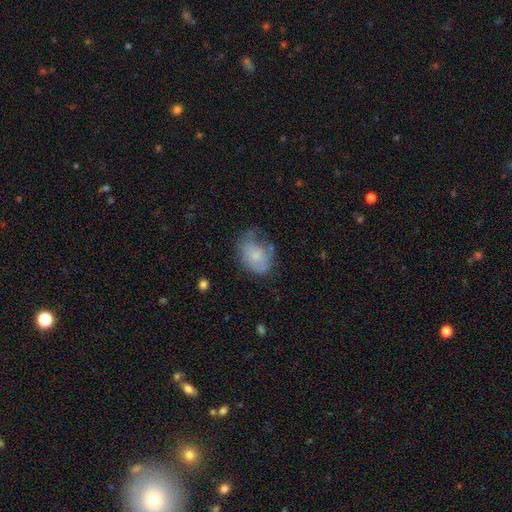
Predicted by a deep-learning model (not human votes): This appears to be a smooth galaxy with no disk features (65%) that is in between round and cigar-shaped (74%). Merging: none (47%).